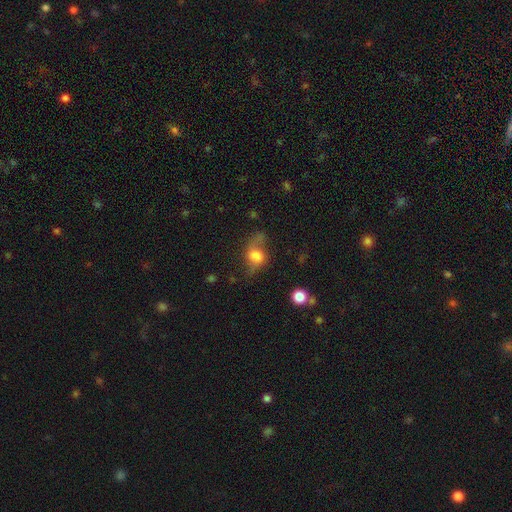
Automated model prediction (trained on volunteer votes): Smooth or featured? Predicted: smooth (p=0.50). How rounded? Predicted: in between (p=0.57). Merging? Predicted: none (p=0.40).